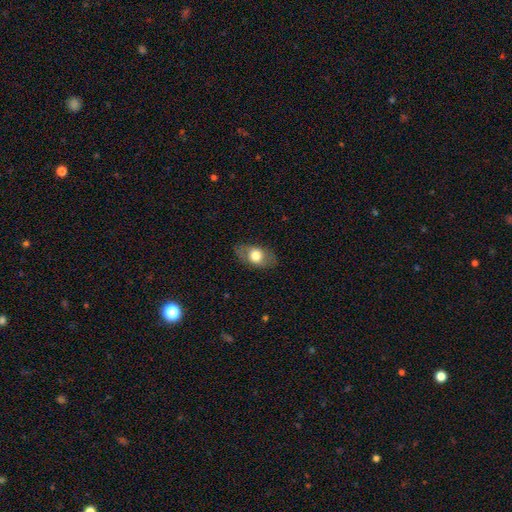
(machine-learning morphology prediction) A smooth galaxy with no disk features (67%) that is in between round and cigar-shaped (81%).

Vote fractions:
- Smooth or featured? smooth: 67% / featured or disk: 26% / star or artifact: 7%
- How rounded? in between: 81% / round: 17% / cigar-shaped: 2%
- Merging? none: 80% / minor disturbance: 14% / major disturbance: 5% / merger: 1%